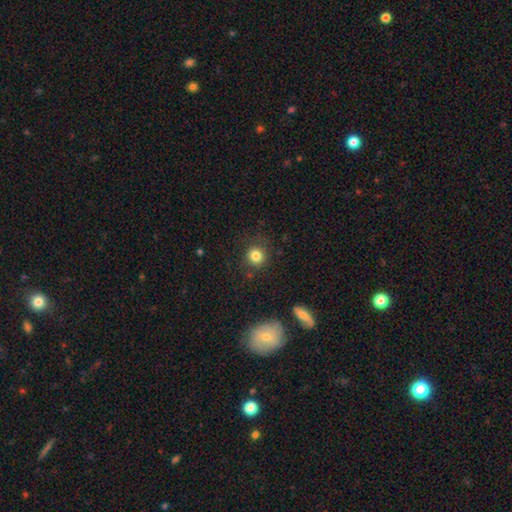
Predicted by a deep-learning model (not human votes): The model was most divided on "smooth or featured": smooth: 82%, star or artifact: 12%, featured or disk: 6%. More confident: how rounded — round (90%); merging — none (83%).